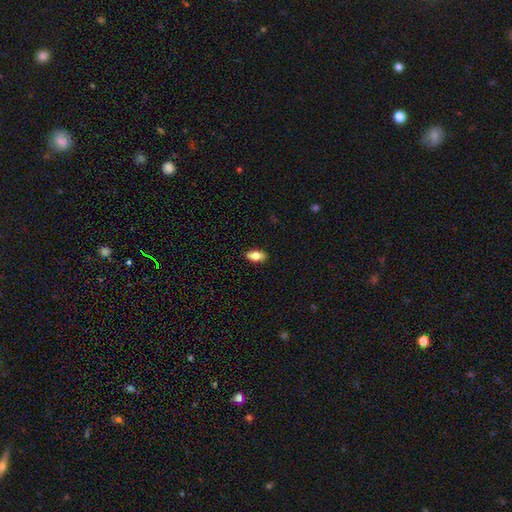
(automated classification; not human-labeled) Smooth or featured? smooth (79%)
How rounded? in between (90%)
Merging? none (89%)